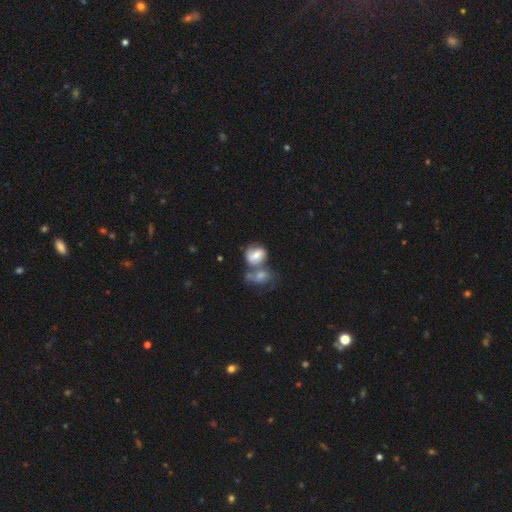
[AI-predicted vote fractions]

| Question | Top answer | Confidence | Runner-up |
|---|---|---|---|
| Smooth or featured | smooth | 57% | featured or disk (34%) |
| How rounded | in between | 57% | round (42%) |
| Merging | merger | 53% | none (27%) |